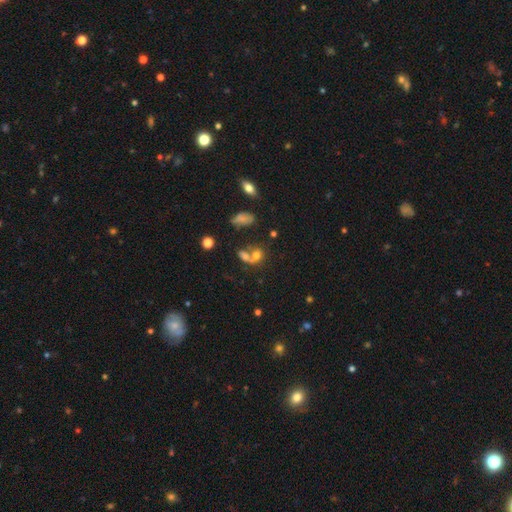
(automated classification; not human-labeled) This appears to be a smooth galaxy with no disk features (66%) that is in between round and cigar-shaped (49%). Merging: merger (53%).